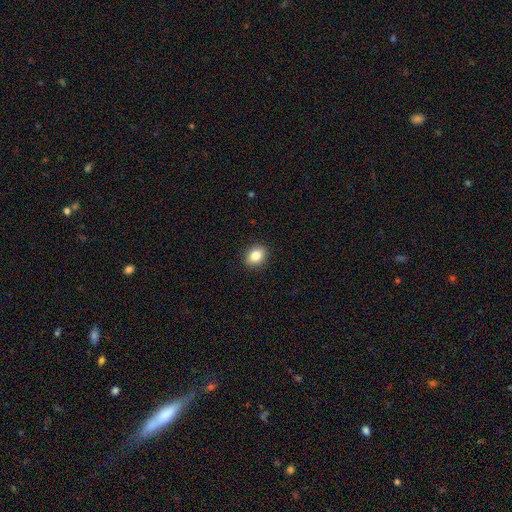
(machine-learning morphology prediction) Smooth or featured?
  - smooth: 84% *
  - star or artifact: 9%
  - featured or disk: 7%
How rounded?
  - in between: 55% *
  - round: 44%
  - cigar-shaped: 1%
Merging?
  - none: 90% *
  - minor disturbance: 7%
  - major disturbance: 2%
  - merger: 1%